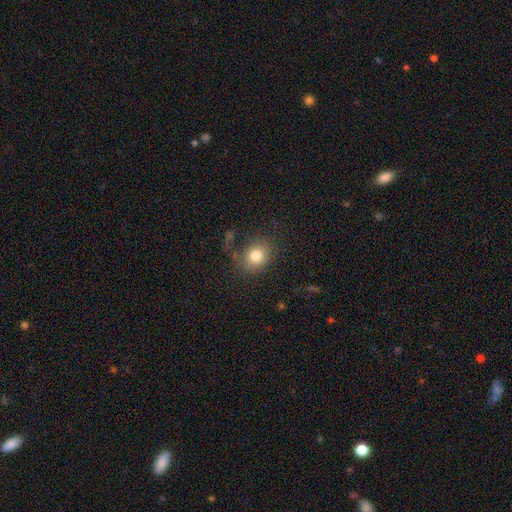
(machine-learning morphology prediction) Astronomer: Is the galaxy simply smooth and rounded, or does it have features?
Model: smooth — 80%.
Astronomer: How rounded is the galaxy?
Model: round — 68%.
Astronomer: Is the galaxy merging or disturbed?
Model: none — 66%.